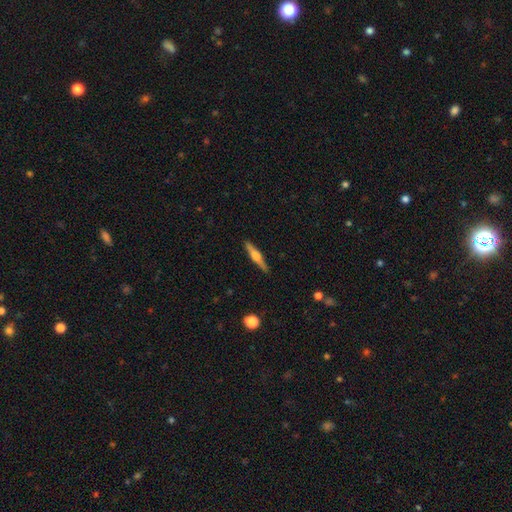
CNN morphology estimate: Smooth or featured?
  - featured or disk: 66% *
  - smooth: 29%
  - star or artifact: 6%
Edge-on disk?
  - yes: 97% *
  - no: 3%
Edge-on bulge?
  - rounded: 87% *
  - boxy: 9%
  - none: 4%
Merging?
  - none: 89% *
  - minor disturbance: 8%
  - major disturbance: 2%
  - merger: 1%